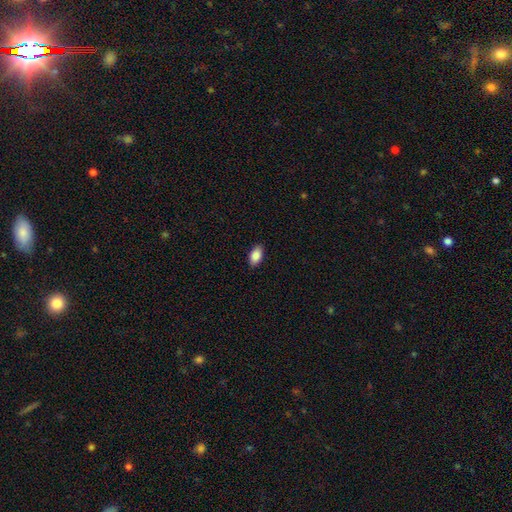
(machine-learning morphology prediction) smooth 88%, star or artifact 7%, featured or disk 5%. Down the decision tree: how rounded — in between (93%); merging — none (89%).